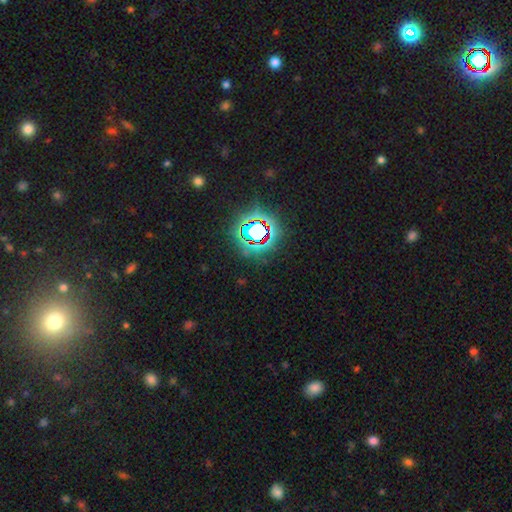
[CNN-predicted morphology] A star or artifact, not a galaxy (80%).